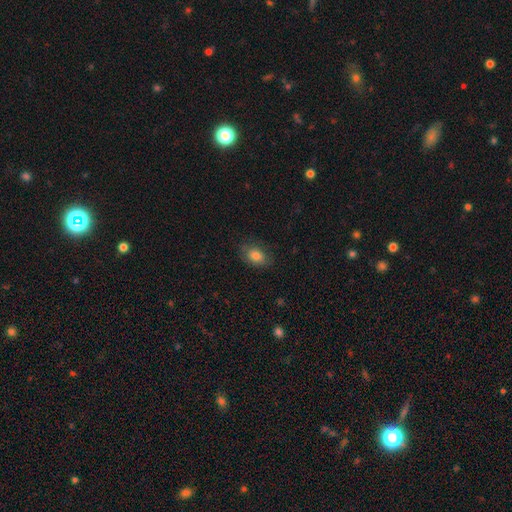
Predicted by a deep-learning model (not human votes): Q: Smooth or featured?
A: smooth (81%); runner-up: featured or disk (10%)
Q: How rounded?
A: in between (83%); runner-up: round (16%)
Q: Merging?
A: none (79%); runner-up: minor disturbance (16%)